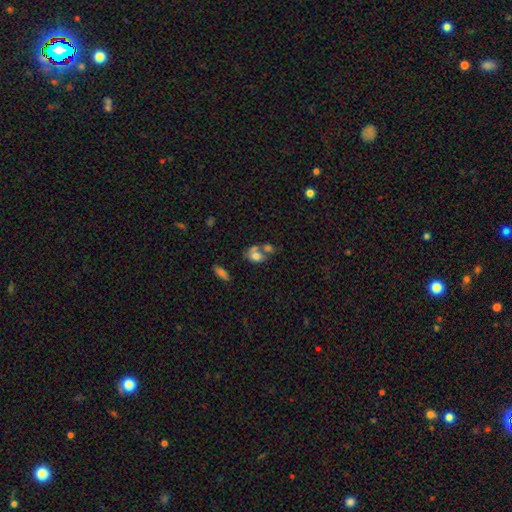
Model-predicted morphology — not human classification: Smooth or featured? smooth (70%)
How rounded? in between (76%)
Merging? merger (49%)